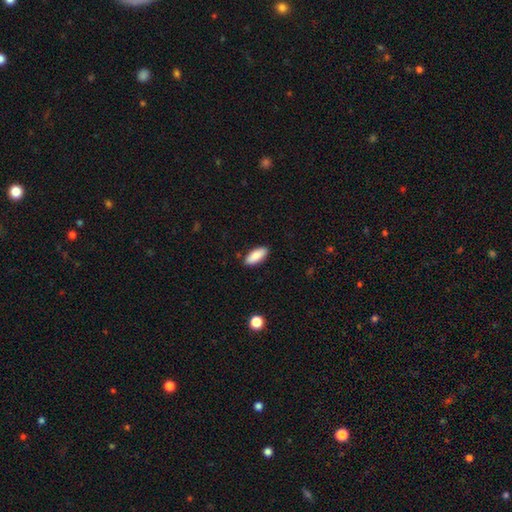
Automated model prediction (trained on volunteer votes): This is clearly a smooth galaxy (87%). How rounded: clearly in between (85%). Merging: clearly none (88%).